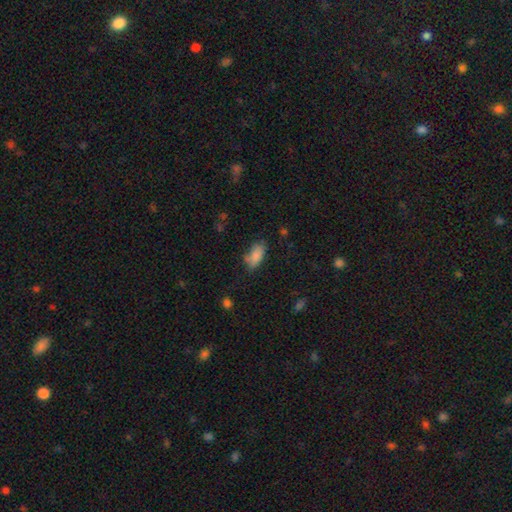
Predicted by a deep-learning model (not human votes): Overall: smooth (84%). How rounded: in between (89%). Merging: none (64%).